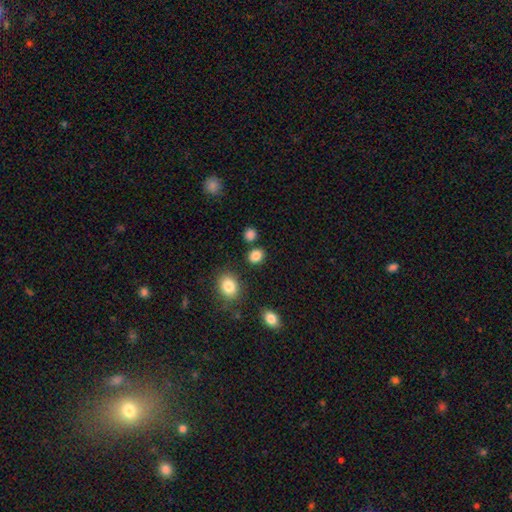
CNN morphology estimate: Smooth or featured?
  - smooth: 85% *
  - star or artifact: 11%
  - featured or disk: 4%
How rounded?
  - round: 67% *
  - in between: 32%
  - cigar-shaped: 1%
Merging?
  - none: 81% *
  - minor disturbance: 9%
  - merger: 7%
  - major disturbance: 3%